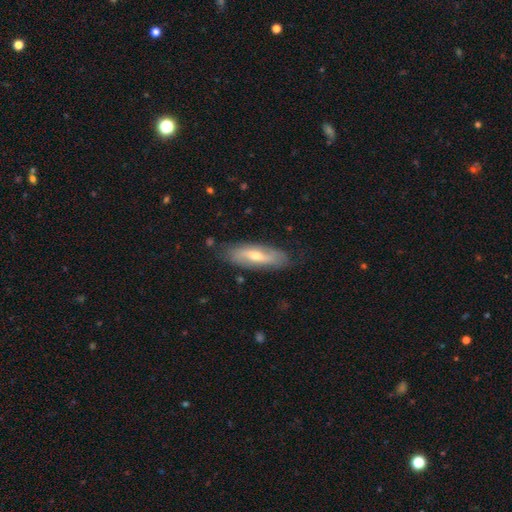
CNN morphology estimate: The model was most divided on "smooth or featured": featured or disk: 54%, smooth: 40%, star or artifact: 6%. More confident: merging — none (80%); edge-on disk — no (61%).